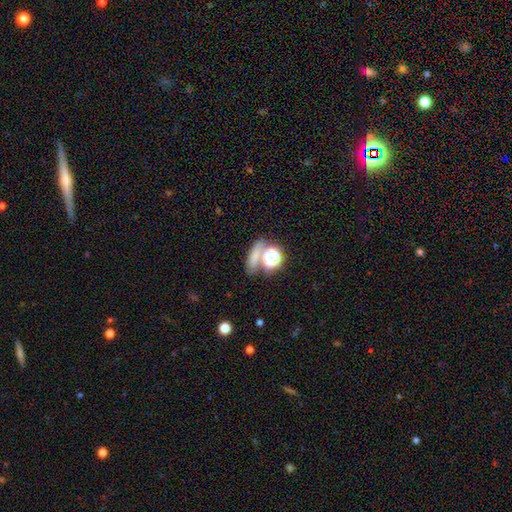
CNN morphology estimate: Smooth or featured?
  - smooth: 62% *
  - star or artifact: 26%
  - featured or disk: 12%
How rounded?
  - round: 47% *
  - in between: 34%
  - cigar-shaped: 19%
Merging?
  - none: 62% *
  - merger: 20%
  - minor disturbance: 11%
  - major disturbance: 7%